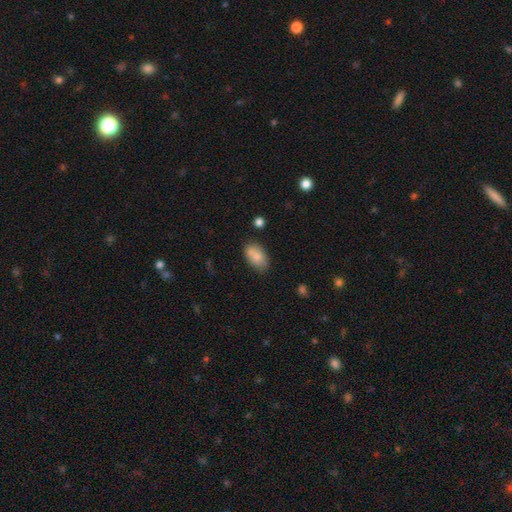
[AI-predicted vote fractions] Smooth or featured? smooth (80%)
How rounded? in between (91%)
Merging? none (65%)